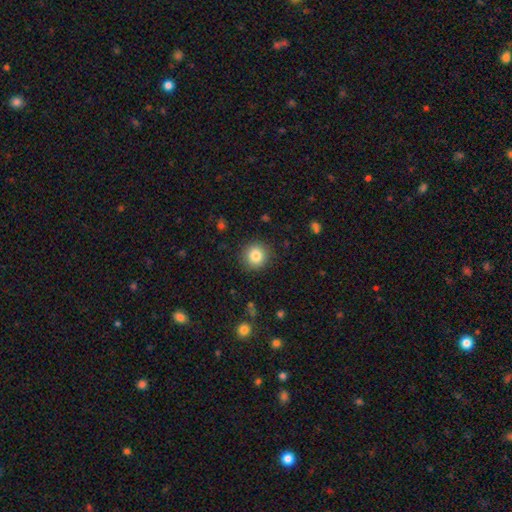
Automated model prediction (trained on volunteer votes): Smooth or featured?
  - smooth: 83% *
  - star or artifact: 10%
  - featured or disk: 7%
How rounded?
  - round: 93% *
  - in between: 7%
  - cigar-shaped: 1%
Merging?
  - none: 90% *
  - minor disturbance: 7%
  - major disturbance: 2%
  - merger: 1%